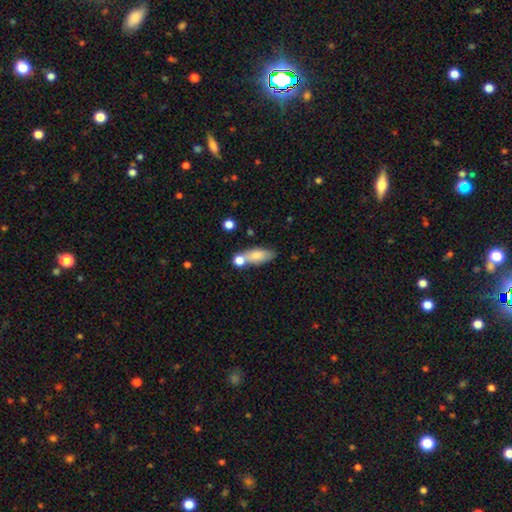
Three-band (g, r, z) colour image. It shows a smooth galaxy with no disk features (81%) that is in between round and cigar-shaped (73%). Merging: none (56%).